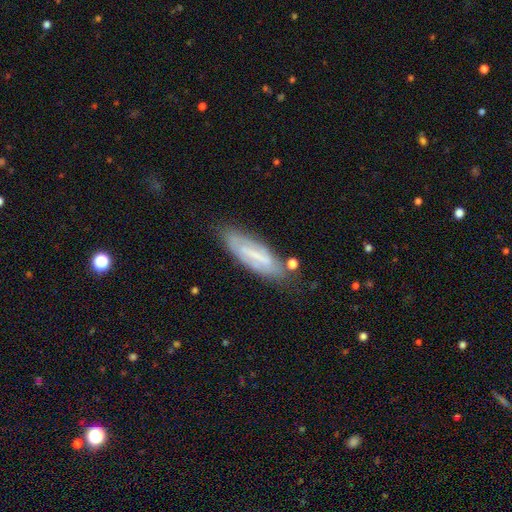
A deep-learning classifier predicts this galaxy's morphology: Smooth or featured? Predicted: featured or disk (p=0.54). Edge-on disk? Predicted: no (p=0.68). Merging? Predicted: none (p=0.70).